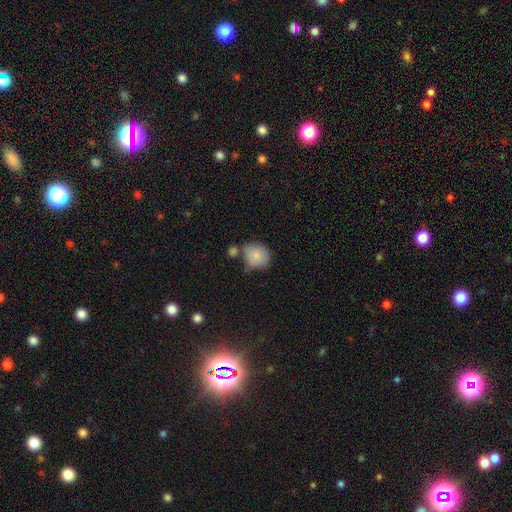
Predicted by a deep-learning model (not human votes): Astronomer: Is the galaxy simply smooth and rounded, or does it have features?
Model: smooth — 82%.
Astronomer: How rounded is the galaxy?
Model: round — 73%.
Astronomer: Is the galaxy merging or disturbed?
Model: none — 54%.